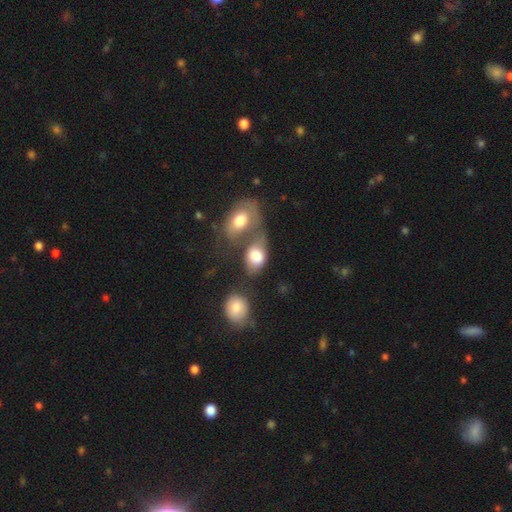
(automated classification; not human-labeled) A smooth galaxy with no disk features (73%) that is in between round and cigar-shaped (83%).

Vote fractions:
- Smooth or featured? smooth: 73% / featured or disk: 19% / star or artifact: 8%
- How rounded? in between: 83% / round: 15% / cigar-shaped: 2%
- Merging? merger: 52% / none: 21% / minor disturbance: 14% / major disturbance: 13%